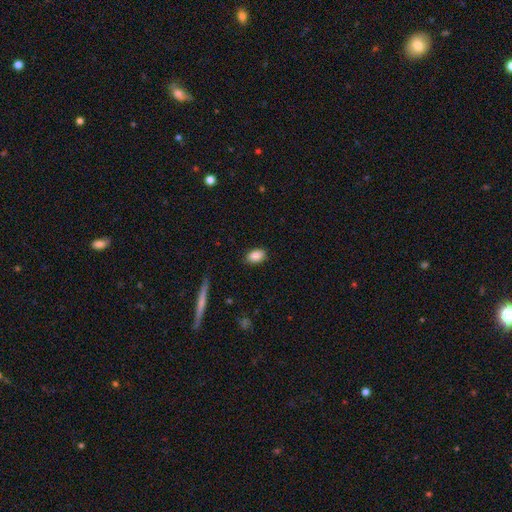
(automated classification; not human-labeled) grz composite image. It shows a smooth galaxy with no disk features (87%) that is in between round and cigar-shaped (87%). Merging: none (85%).